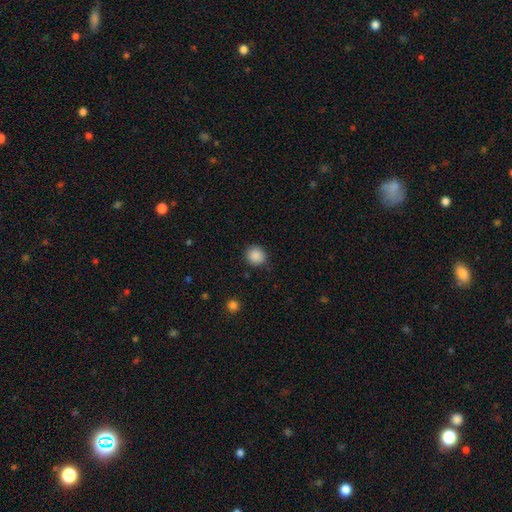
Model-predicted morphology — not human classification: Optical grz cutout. It shows a smooth galaxy with no disk features (88%) that is round (89%). Merging: none (86%).